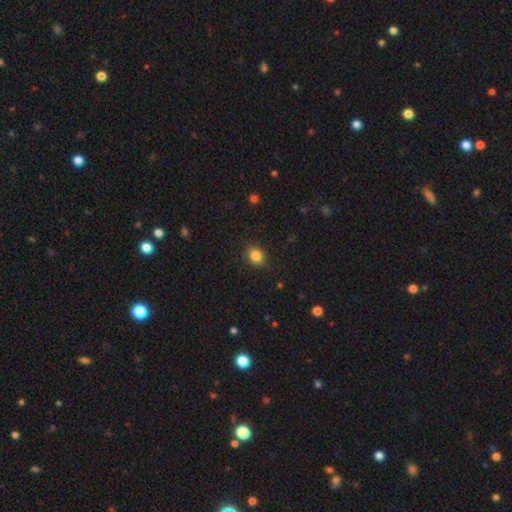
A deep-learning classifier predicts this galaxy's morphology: Smooth or featured? Predicted: smooth (p=0.84). How rounded? Predicted: round (p=0.59). Merging? Predicted: none (p=0.88).